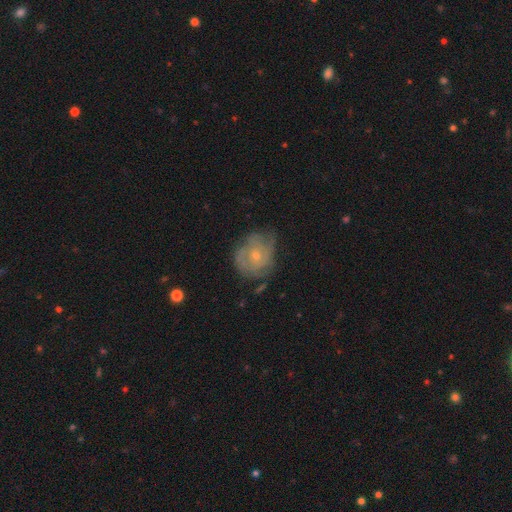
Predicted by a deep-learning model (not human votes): The model was most divided on "merging": none: 54%, minor disturbance: 30%, major disturbance: 14%, merger: 2%. More confident: edge-on disk — no (97%); bar — no (81%); spiral arms — yes (69%); bulge size — small (63%); smooth or featured — featured or disk (61%).